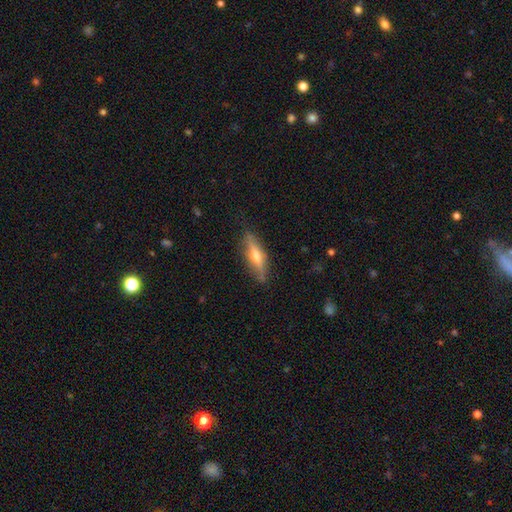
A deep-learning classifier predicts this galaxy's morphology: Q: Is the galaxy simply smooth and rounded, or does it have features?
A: featured or disk — 52%.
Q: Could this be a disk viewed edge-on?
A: yes — 90%.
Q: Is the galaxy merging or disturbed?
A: none — 83%.